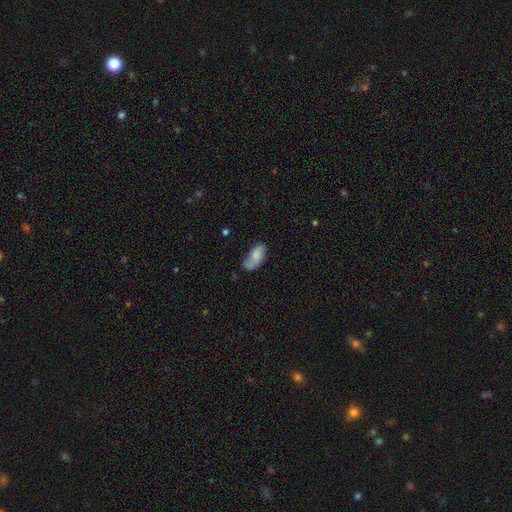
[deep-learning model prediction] smooth_or_featured: smooth (p=0.71) [alt: featured or disk p=0.21]
how_rounded: in between (p=0.92) [alt: cigar-shaped p=0.05]
merging: none (p=0.47) [alt: minor disturbance p=0.33]